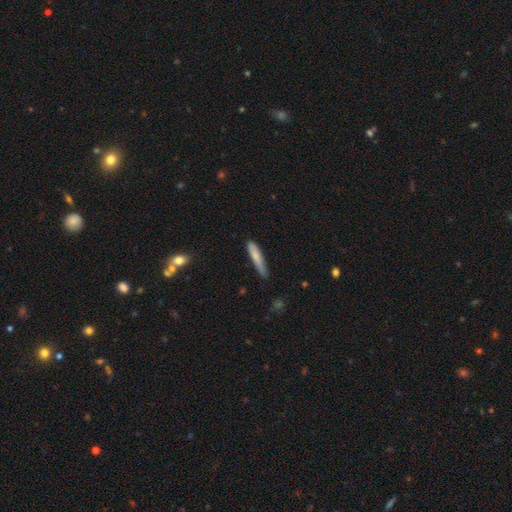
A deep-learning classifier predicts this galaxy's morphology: Smooth or featured: smooth — 76% (featured or disk — 17%)
How rounded: cigar-shaped — 89% (in between — 10%)
Merging: none — 62% (minor disturbance — 30%)